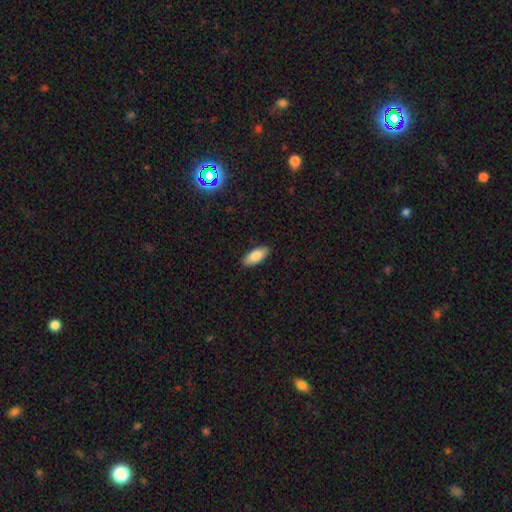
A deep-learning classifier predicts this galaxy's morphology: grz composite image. It shows a smooth galaxy with no disk features (83%) that is in between round and cigar-shaped (84%). Merging: none (90%).